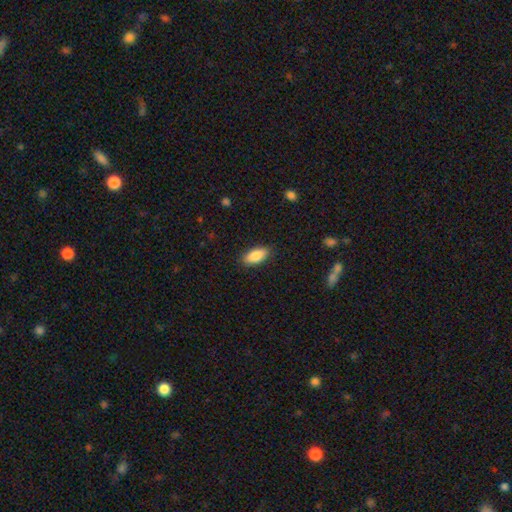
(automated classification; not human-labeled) The model was most divided on "how rounded": in between: 88%, cigar-shaped: 10%, round: 3%. More confident: merging — none (87%); smooth or featured — smooth (87%).